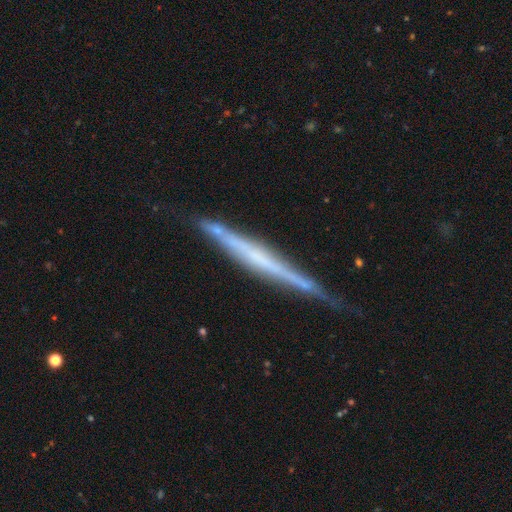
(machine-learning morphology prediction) Smooth or featured? Predicted: featured or disk (p=0.74). Edge-on disk? Predicted: yes (p=0.97). Edge-on bulge? Predicted: none (p=0.64). Merging? Predicted: none (p=0.78).